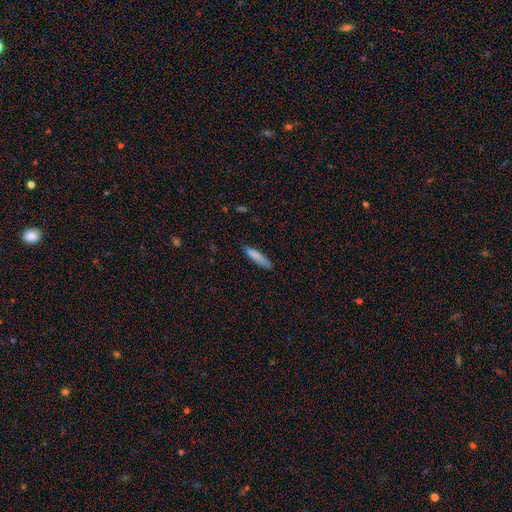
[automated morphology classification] This is clearly a smooth galaxy (83%). How rounded: clearly cigar-shaped (81%). Merging: likely none (80%).